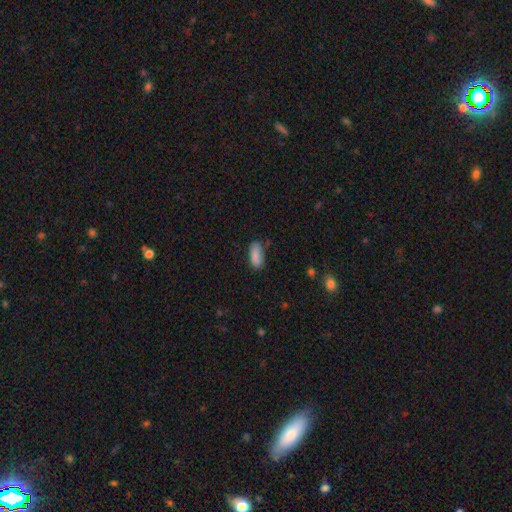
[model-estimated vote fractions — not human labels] Smooth or featured? Predicted: smooth (p=0.87). How rounded? Predicted: in between (p=0.87). Merging? Predicted: none (p=0.71).